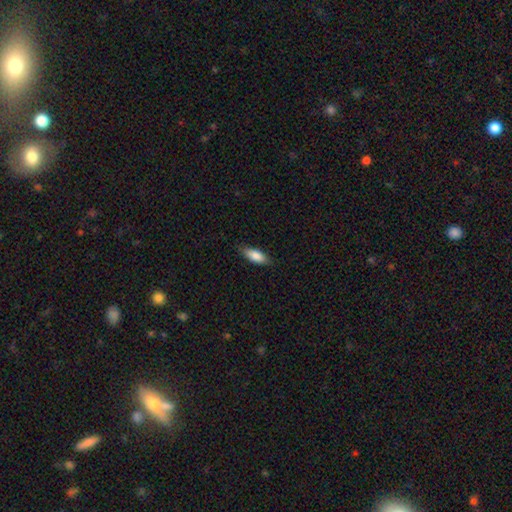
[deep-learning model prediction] This appears to be a smooth galaxy with no disk features (84%) that is in between round and cigar-shaped (74%). Merging: none (83%).